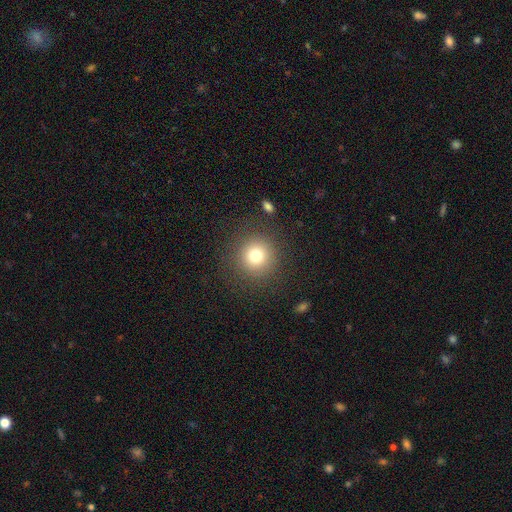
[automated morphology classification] This appears to be a smooth galaxy with no disk features (77%) that is round (94%). Merging: none (88%).